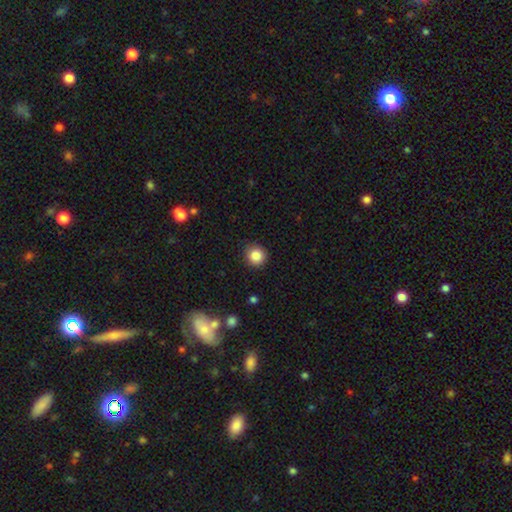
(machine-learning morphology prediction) Smooth or featured? smooth (85%)
How rounded? round (92%)
Merging? none (89%)